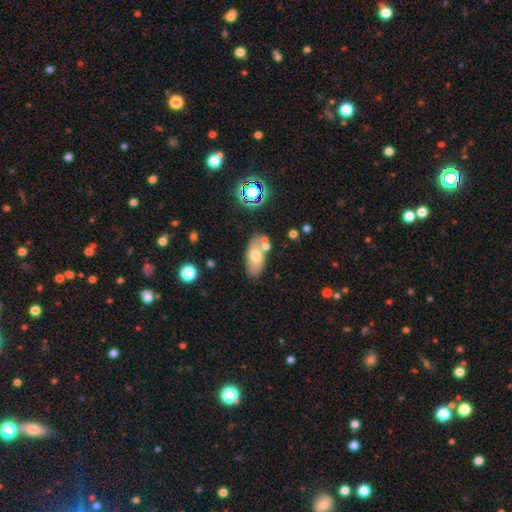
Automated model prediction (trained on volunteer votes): Morphology: type=smooth (61%); roundness=in between (90%); merging=none (66%).